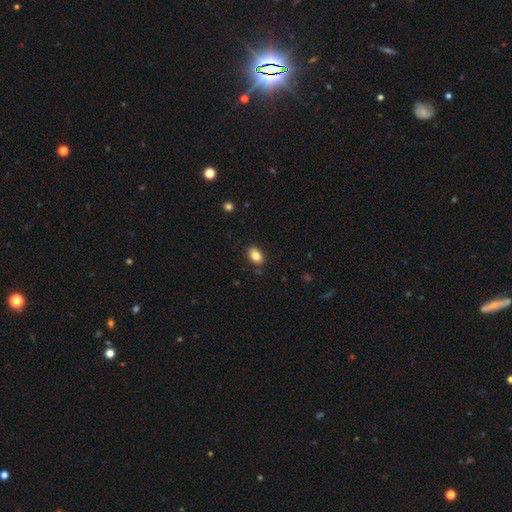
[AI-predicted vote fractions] This is clearly a smooth galaxy (84%). How rounded: clearly in between (82%). Merging: clearly none (85%).